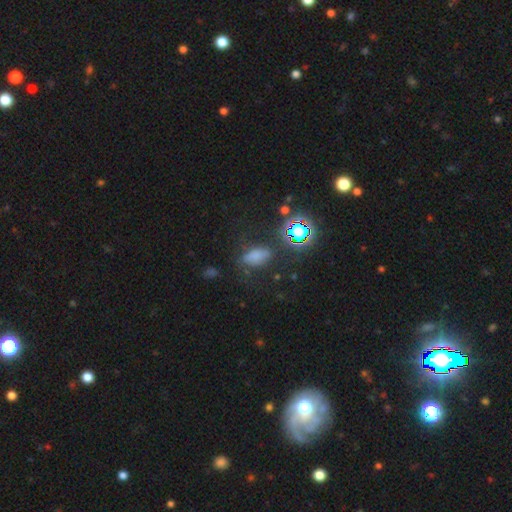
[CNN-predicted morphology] A smooth galaxy with no disk features (51%) that is in between round and cigar-shaped (74%).

Vote fractions:
- Smooth or featured? smooth: 51% / star or artifact: 34% / featured or disk: 16%
- How rounded? in between: 74% / round: 15% / cigar-shaped: 12%
- Merging? none: 61% / minor disturbance: 21% / major disturbance: 14% / merger: 5%